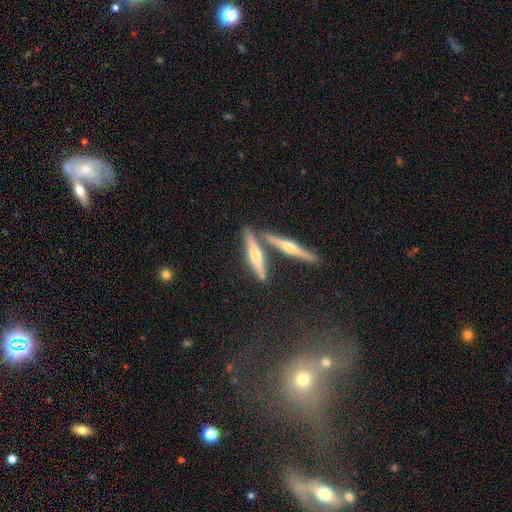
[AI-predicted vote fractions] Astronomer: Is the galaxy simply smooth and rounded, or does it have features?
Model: featured or disk — 64%.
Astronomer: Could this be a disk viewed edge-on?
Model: yes — 95%.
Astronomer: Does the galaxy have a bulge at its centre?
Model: rounded — 91%.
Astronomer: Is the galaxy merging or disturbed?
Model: none — 67%.